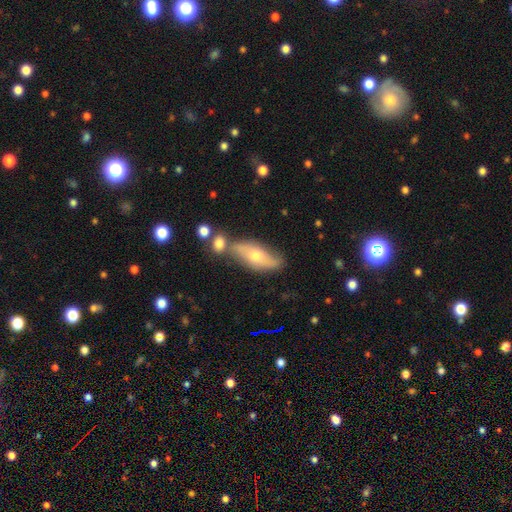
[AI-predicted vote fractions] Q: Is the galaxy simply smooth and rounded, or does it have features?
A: smooth — 47%.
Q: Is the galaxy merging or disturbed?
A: none — 60%.